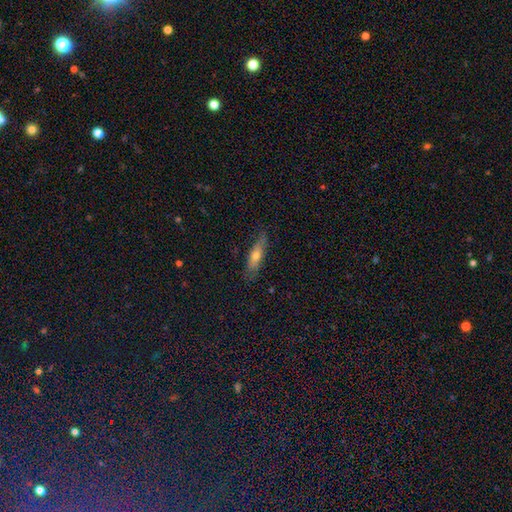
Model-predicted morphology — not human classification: This is possibly a smooth galaxy (57%). How rounded: likely cigar-shaped (68%). Merging: clearly none (80%).